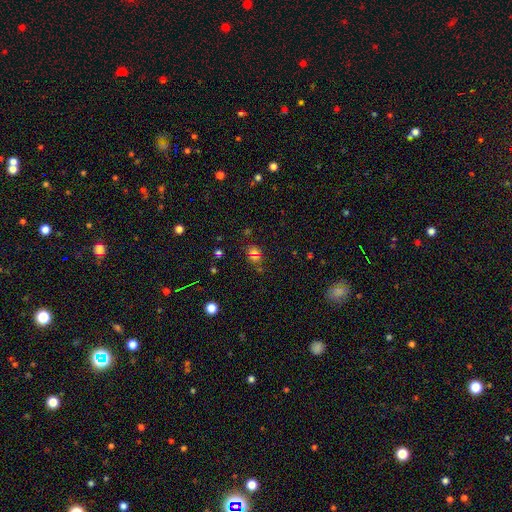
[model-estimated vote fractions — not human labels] Smooth or featured?
  - smooth: 50% *
  - star or artifact: 40%
  - featured or disk: 11%
Merging?
  - none: 60% *
  - merger: 25%
  - minor disturbance: 10%
  - major disturbance: 5%